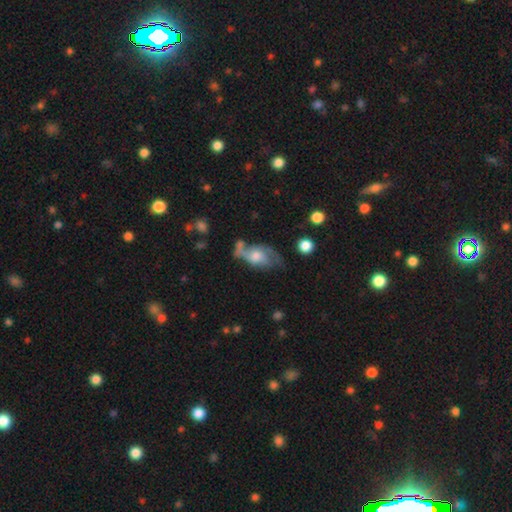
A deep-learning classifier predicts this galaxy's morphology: Smooth or featured? Predicted: featured or disk (p=0.63). Edge-on disk? Predicted: no (p=0.92). Bar? Predicted: no (p=0.66). Spiral arms? Predicted: yes (p=0.80). Bulge size? Predicted: moderate (p=0.53). Merging? Predicted: none (p=0.35).